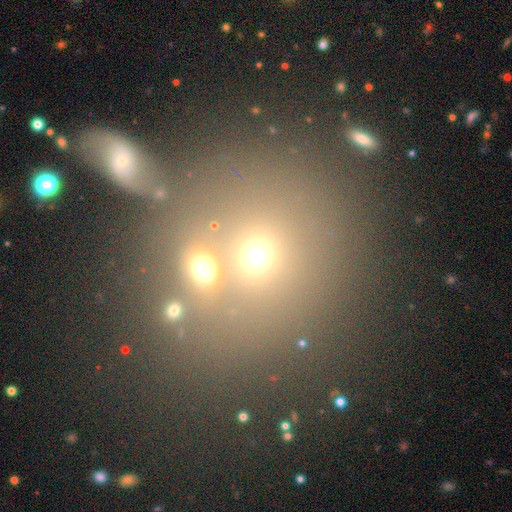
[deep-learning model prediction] Smooth or featured? Predicted: smooth (p=0.50). Merging? Predicted: none (p=0.62).